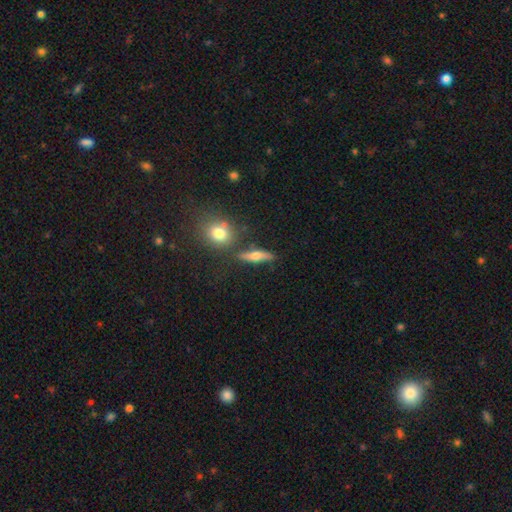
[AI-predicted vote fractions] Smooth or featured?
  - smooth: 55% *
  - featured or disk: 35%
  - star or artifact: 10%
How rounded?
  - cigar-shaped: 57% *
  - in between: 33%
  - round: 9%
Merging?
  - none: 75% *
  - minor disturbance: 12%
  - merger: 9%
  - major disturbance: 4%